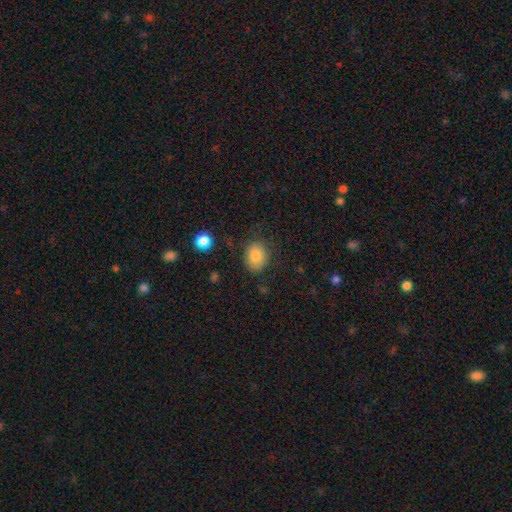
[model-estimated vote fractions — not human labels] Smooth or featured?
  - smooth: 83% *
  - star or artifact: 10%
  - featured or disk: 7%
How rounded?
  - in between: 55% *
  - round: 44%
  - cigar-shaped: 1%
Merging?
  - none: 77% *
  - minor disturbance: 16%
  - major disturbance: 5%
  - merger: 2%